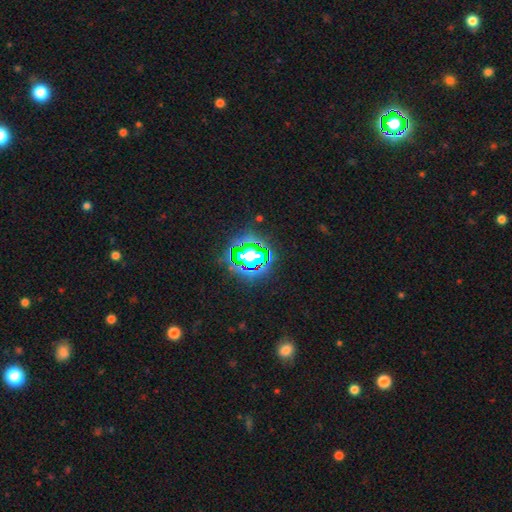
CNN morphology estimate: Smooth or featured? star or artifact (62%)